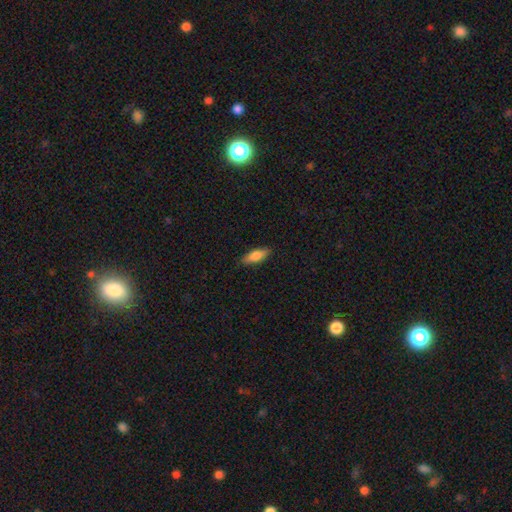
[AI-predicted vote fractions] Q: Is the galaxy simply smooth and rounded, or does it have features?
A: smooth — 78%.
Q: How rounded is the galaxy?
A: in between — 61%.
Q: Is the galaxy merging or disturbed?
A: none — 87%.